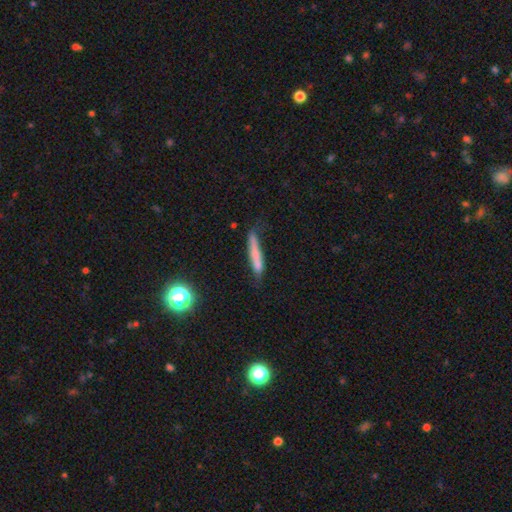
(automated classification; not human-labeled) smooth 67%, featured or disk 24%, star or artifact 9%. Down the decision tree: how rounded — cigar-shaped (91%); merging — none (61%).